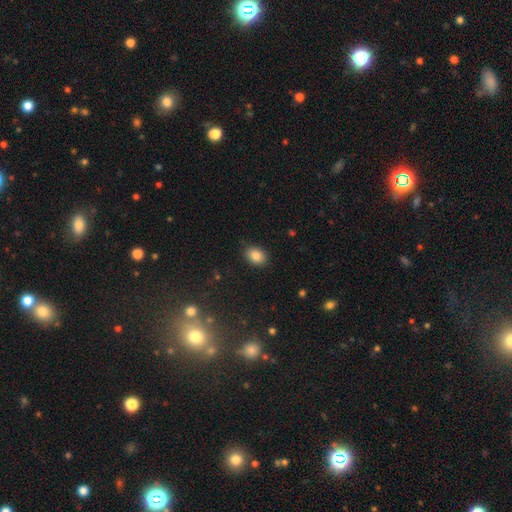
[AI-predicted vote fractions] This appears to be a smooth galaxy with no disk features (85%) that is in between round and cigar-shaped (67%). Merging: none (86%).